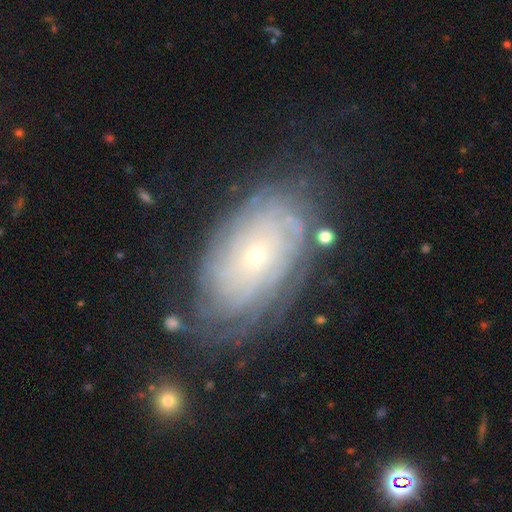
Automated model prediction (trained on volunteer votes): This appears to be a featured or disk galaxy (78%) with no bar (82%), tight (82%) spiral arms (90%) and a small central bulge (75%). Merging: none (74%).